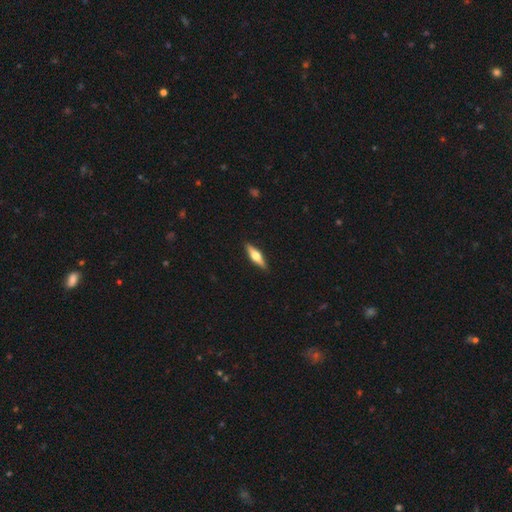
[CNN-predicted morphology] This appears to be a featured or disk galaxy (58%) viewed edge-on (95%) with a rounded central bulge (95%). Merging: none (90%).